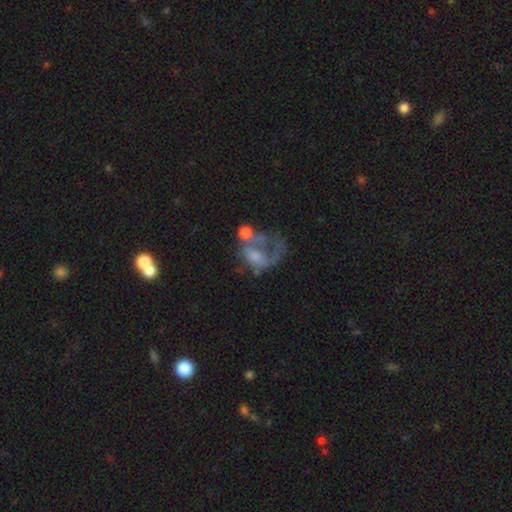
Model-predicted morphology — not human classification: Smooth or featured? Predicted: featured or disk (p=0.56). Edge-on disk? Predicted: no (p=0.97). Bar? Predicted: no (p=0.75). Spiral arms? Predicted: no (p=0.56). Bulge size? Predicted: moderate (p=0.32). Merging? Predicted: major disturbance (p=0.42).